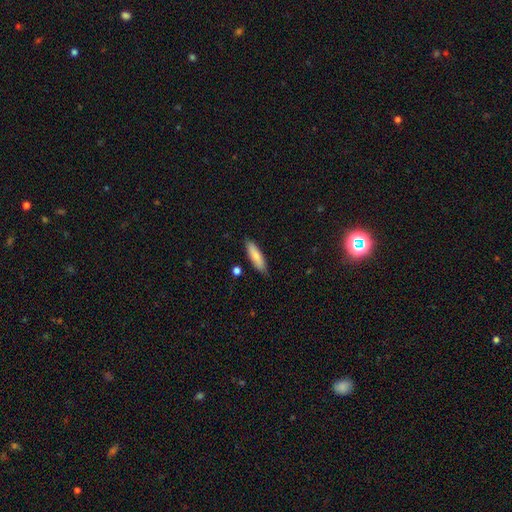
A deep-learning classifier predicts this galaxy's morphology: type=smooth (80%); roundness=cigar-shaped (63%); merging=none (85%).